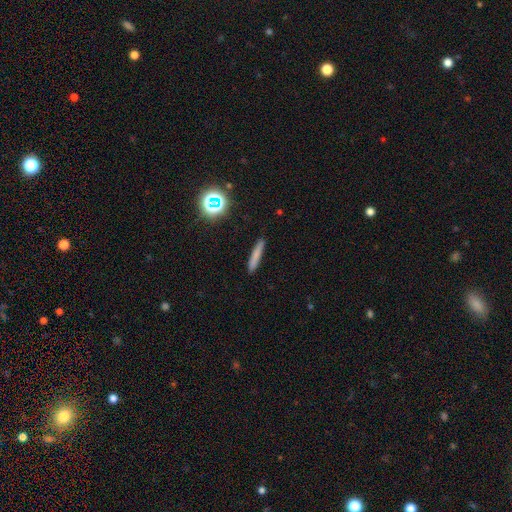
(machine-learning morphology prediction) A smooth galaxy with no disk features (73%) that is cigar-shaped (93%). Merging: none (89%).